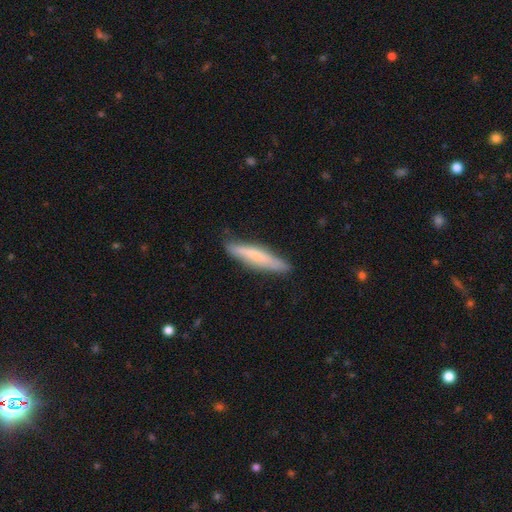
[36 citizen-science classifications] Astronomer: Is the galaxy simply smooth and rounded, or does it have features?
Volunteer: smooth — 56% (runner-up: featured or disk, 44%).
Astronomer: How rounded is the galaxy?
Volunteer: cigar-shaped — 95%.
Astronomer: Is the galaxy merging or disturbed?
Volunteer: none — 92%.